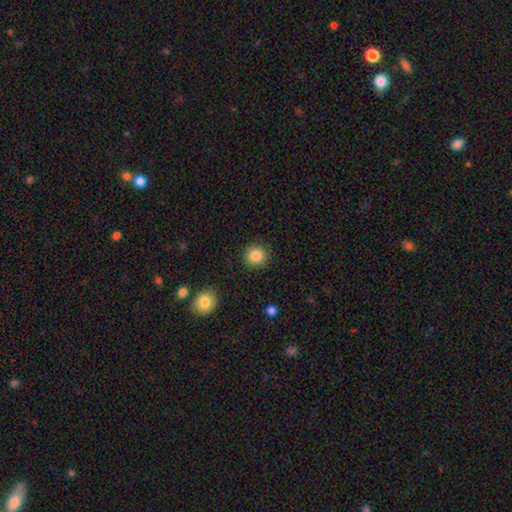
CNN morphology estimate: Smooth or featured: smooth — 85% (star or artifact — 10%)
How rounded: round — 92% (in between — 7%)
Merging: none — 91% (minor disturbance — 6%)